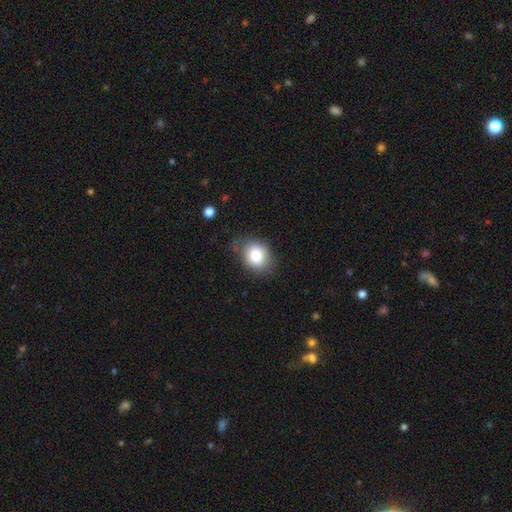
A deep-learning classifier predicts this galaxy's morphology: Smooth or featured? Predicted: smooth (p=0.81). How rounded? Predicted: in between (p=0.50, tied with round). Merging? Predicted: none (p=0.70).